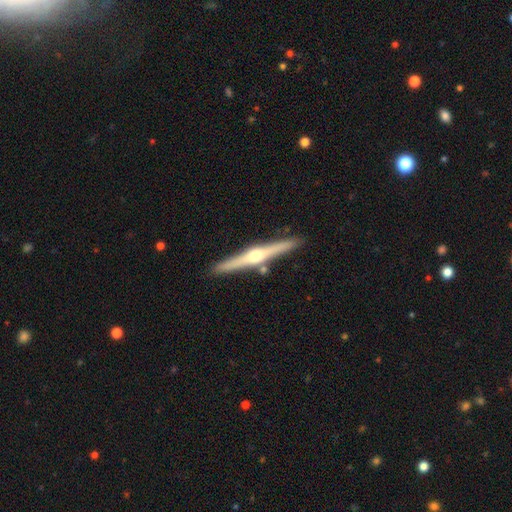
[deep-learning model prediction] smooth-or-featured: featured or disk: 71% | smooth: 24% | star or artifact: 5%
  disk-edge-on: yes: 98% | no: 2%
    edge-on-bulge: rounded: 92% | none: 4% | boxy: 3%
  merging: none: 85% | minor disturbance: 8% | merger: 5% | major disturbance: 2%